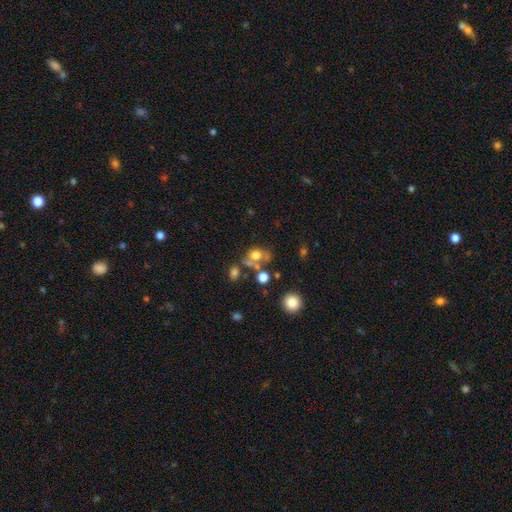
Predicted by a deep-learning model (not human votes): Smooth or featured?
  - smooth: 63% *
  - featured or disk: 21%
  - star or artifact: 16%
How rounded?
  - round: 53% *
  - in between: 45%
  - cigar-shaped: 2%
Merging?
  - merger: 36% *
  - none: 34%
  - minor disturbance: 15%
  - major disturbance: 15%